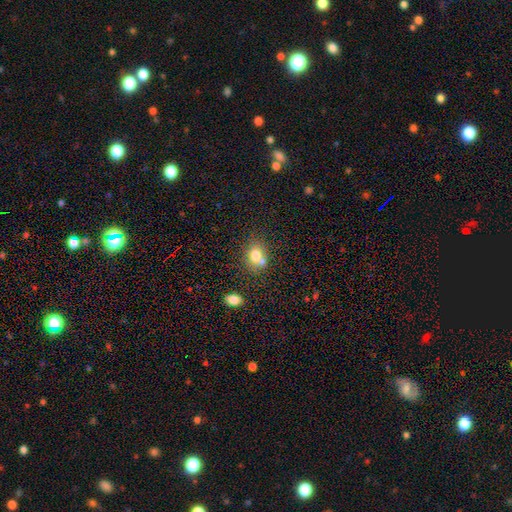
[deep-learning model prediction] Q: Smooth or featured?
A: smooth (74%); runner-up: featured or disk (14%)
Q: How rounded?
A: in between (50%); runner-up: round (49%)
Q: Merging?
A: none (49%); runner-up: merger (33%)